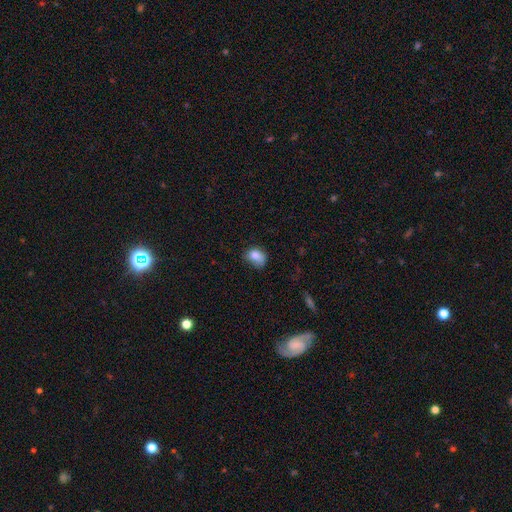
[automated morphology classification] The model was most divided on "merging": none: 45%, minor disturbance: 36%, major disturbance: 15%, merger: 3%. More confident: smooth or featured — smooth (80%); how rounded — in between (61%).